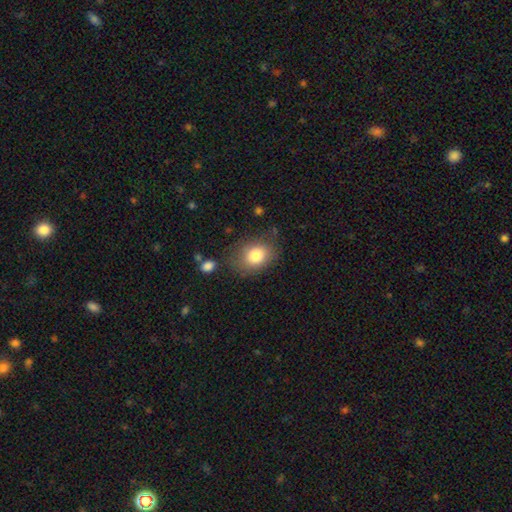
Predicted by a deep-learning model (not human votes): The model was most divided on "how rounded": in between: 63%, round: 36%, cigar-shaped: 1%. More confident: smooth or featured — smooth (81%); merging — none (72%).